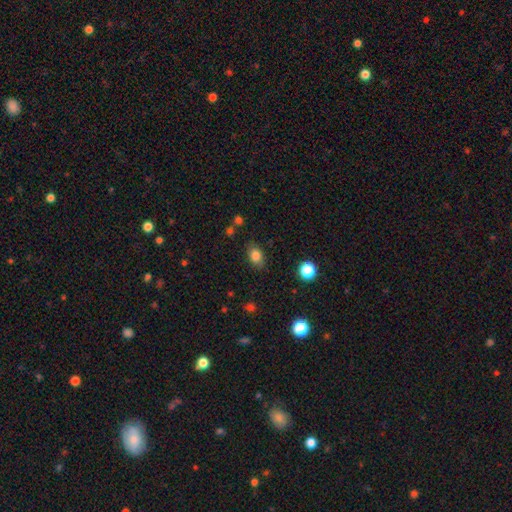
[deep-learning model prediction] Morphology: type=smooth (83%); roundness=in between (76%); merging=none (83%).